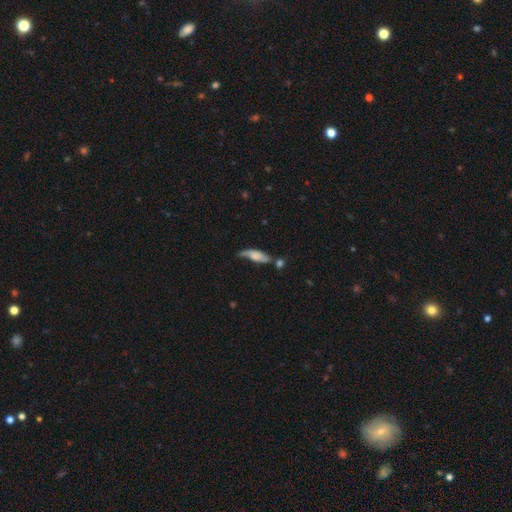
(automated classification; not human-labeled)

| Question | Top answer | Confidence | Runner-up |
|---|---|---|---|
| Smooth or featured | smooth | 58% | featured or disk (34%) |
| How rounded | in between | 53% | cigar-shaped (45%) |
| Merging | none | 35% | minor disturbance (30%) |